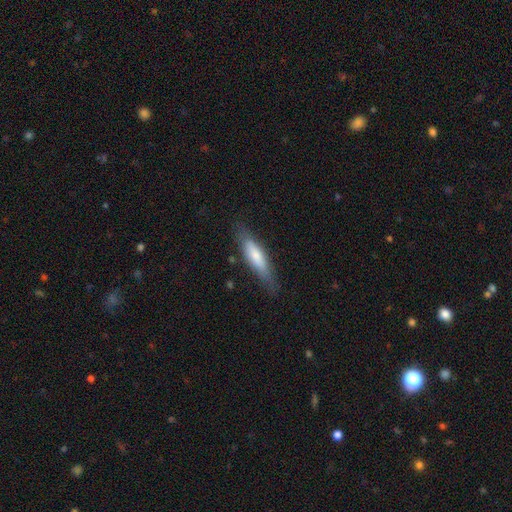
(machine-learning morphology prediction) Overall: smooth (66%; featured or disk 29%). How rounded: cigar-shaped (71%). Merging: none (76%).